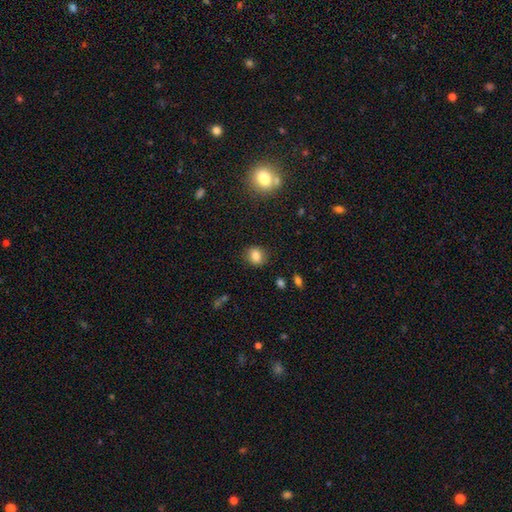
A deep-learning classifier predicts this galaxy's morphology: Smooth or featured? Predicted: smooth (p=0.83). How rounded? Predicted: round (p=0.63). Merging? Predicted: none (p=0.85).